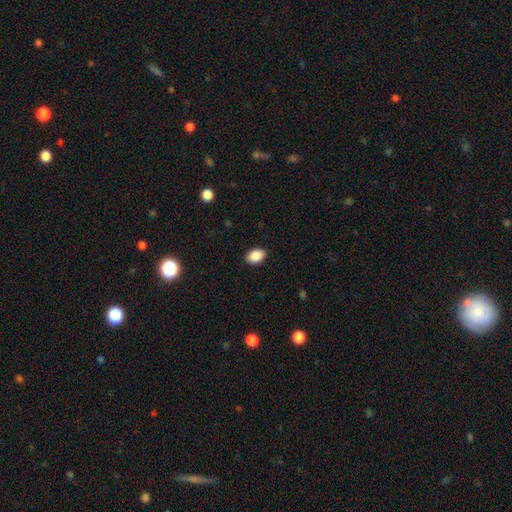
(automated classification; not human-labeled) Smooth or featured: smooth — 89% (star or artifact — 8%)
How rounded: in between — 83% (round — 16%)
Merging: none — 89% (minor disturbance — 8%)